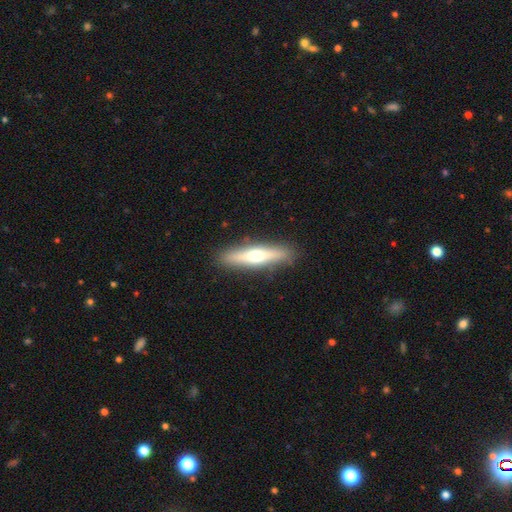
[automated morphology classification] Overall: featured or disk (50%; smooth 44%). Merging: none (89%).